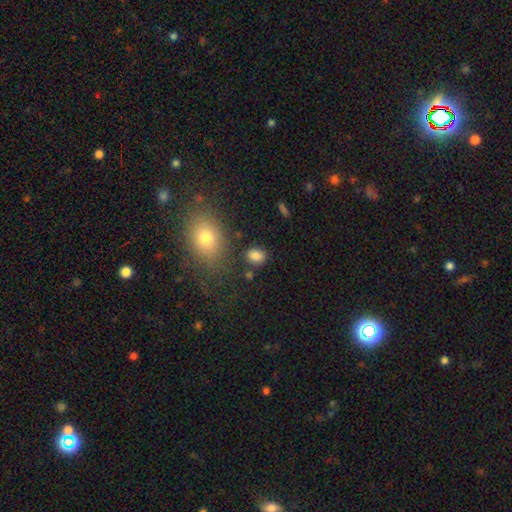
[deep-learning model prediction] smooth 83%, star or artifact 11%, featured or disk 5%. Down the decision tree: how rounded — in between (60%); merging — none (80%).